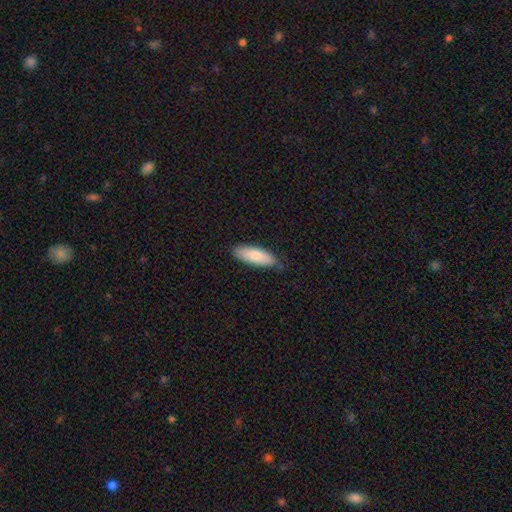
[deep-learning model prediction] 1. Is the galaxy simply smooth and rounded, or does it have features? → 85% smooth, 10% featured or disk, 5% star or artifact.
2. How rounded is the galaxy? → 64% in between, 35% cigar-shaped, 2% round.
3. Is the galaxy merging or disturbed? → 78% none, 18% minor disturbance, 3% major disturbance, 1% merger.